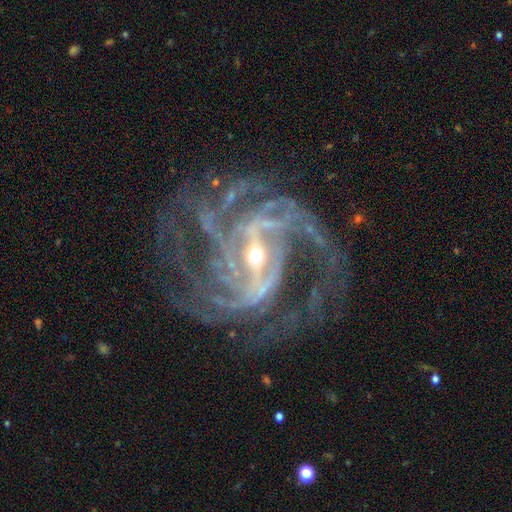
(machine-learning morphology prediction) smooth_or_featured: featured or disk (p=0.92) [alt: star or artifact p=0.06]
disk_edge_on: no (p=0.97) [alt: yes p=0.03]
bar: strong (p=0.61) [alt: weak p=0.29]
has_spiral_arms: yes (p=0.98) [alt: no p=0.02]
spiral_winding: medium (p=0.52) [alt: tight p=0.32]
spiral_arm_count: 2 (p=0.25) [alt: 3 p=0.22]
bulge_size: small (p=0.62) [alt: moderate p=0.34]
merging: none (p=0.63) [alt: major disturbance p=0.20]